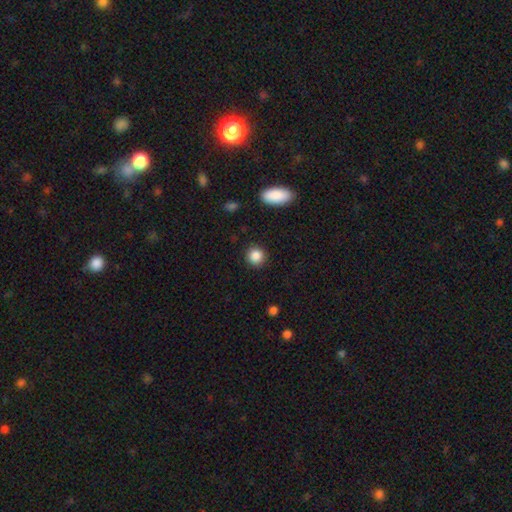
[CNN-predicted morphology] The model was most divided on "smooth or featured": smooth: 87%, star or artifact: 9%, featured or disk: 4%. More confident: merging — none (90%); how rounded — round (90%).